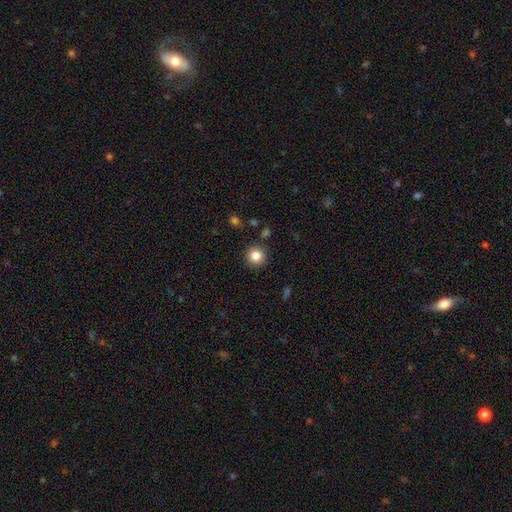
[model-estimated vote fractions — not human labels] This is clearly a smooth galaxy (83%). How rounded: clearly round (95%). Merging: clearly none (90%).